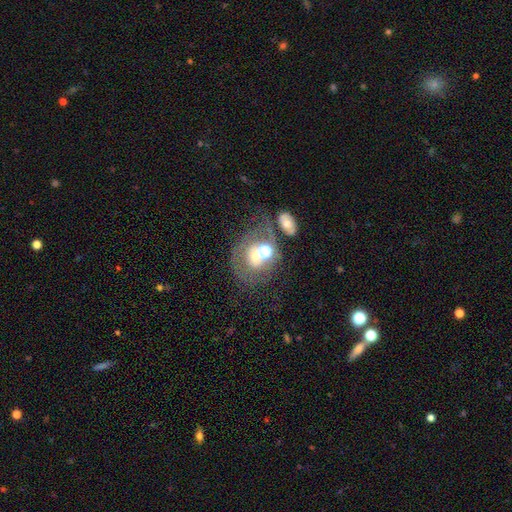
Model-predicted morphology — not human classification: This appears to be a featured or disk galaxy (44%). Merging: merger (34%).